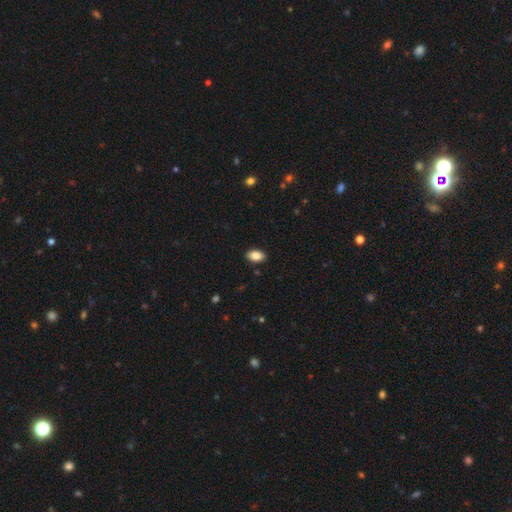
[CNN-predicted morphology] A smooth galaxy with no disk features (86%) that is in between round and cigar-shaped (93%).

Vote fractions:
- Smooth or featured? smooth: 86% / star or artifact: 8% / featured or disk: 7%
- How rounded? in between: 93% / round: 5% / cigar-shaped: 2%
- Merging? none: 90% / minor disturbance: 8% / major disturbance: 2% / merger: 1%